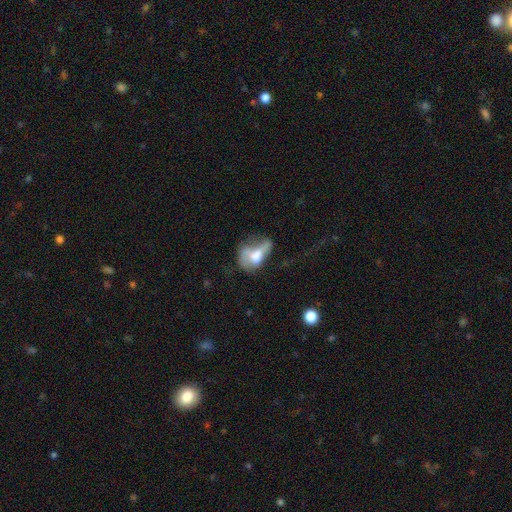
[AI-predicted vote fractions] Smooth or featured? smooth (48%)
Merging? major disturbance (43%)